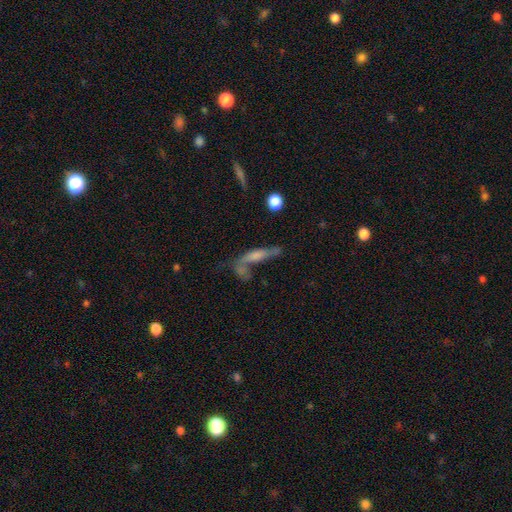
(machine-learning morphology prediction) type=smooth (49%); merging=merger (35%).